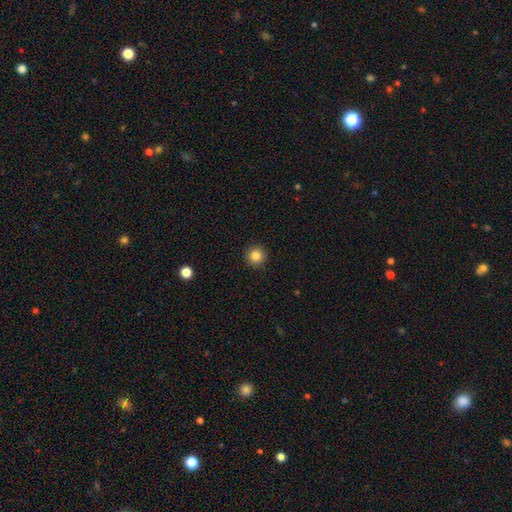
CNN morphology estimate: The model was most divided on "smooth or featured": smooth: 85%, star or artifact: 11%, featured or disk: 5%. More confident: how rounded — round (96%); merging — none (93%).